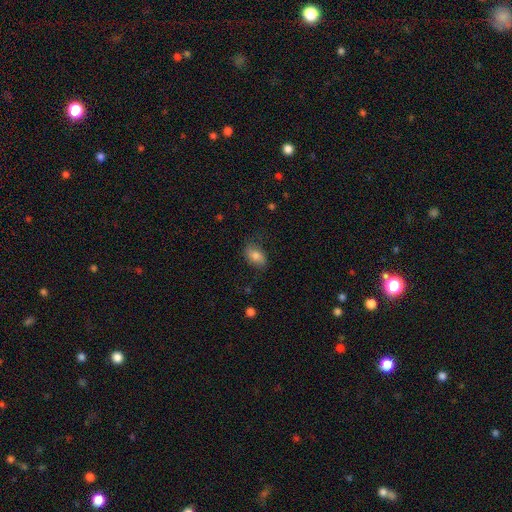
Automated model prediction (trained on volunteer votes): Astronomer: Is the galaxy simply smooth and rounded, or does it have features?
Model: smooth — 78%.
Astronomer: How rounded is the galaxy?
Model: in between — 87%.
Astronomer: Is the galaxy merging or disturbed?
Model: none — 71%.